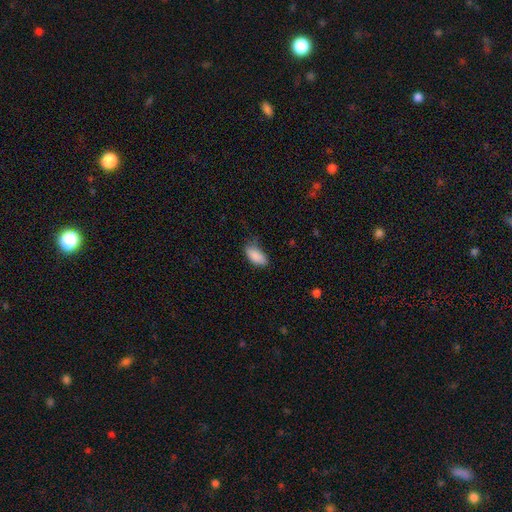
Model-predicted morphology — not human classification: Smooth or featured: smooth — 89% (star or artifact — 7%)
How rounded: in between — 94% (cigar-shaped — 3%)
Merging: none — 57% (minor disturbance — 33%)